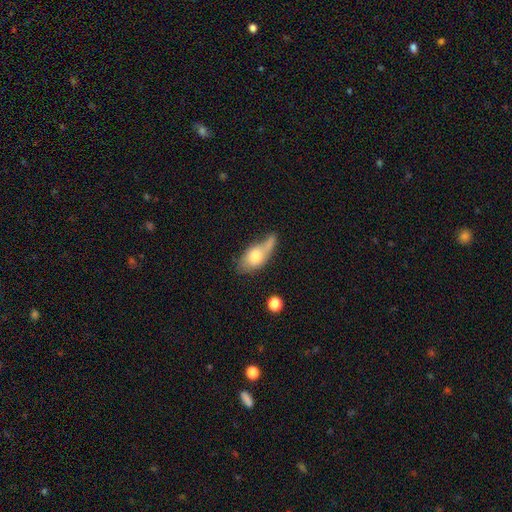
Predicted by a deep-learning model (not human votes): smooth 66%, featured or disk 26%, star or artifact 8%. Down the decision tree: how rounded — in between (83%); merging — none (28%).